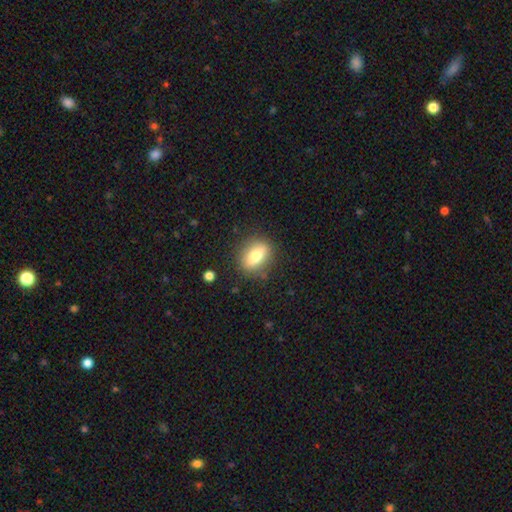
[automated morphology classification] type=smooth (70%); roundness=in between (68%); merging=none (83%).